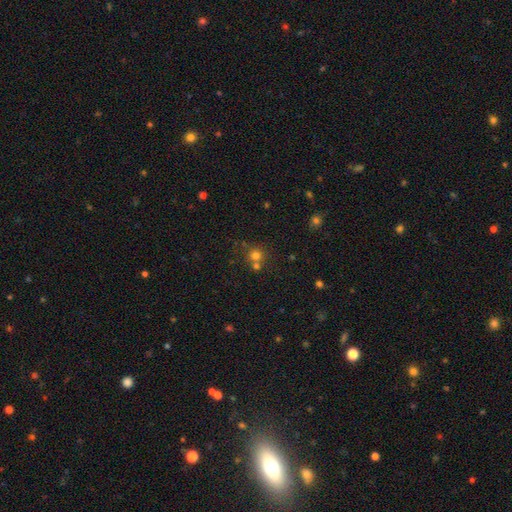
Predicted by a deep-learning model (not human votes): This is likely a smooth galaxy (72%). How rounded: clearly round (90%). Merging: possibly none (57%).